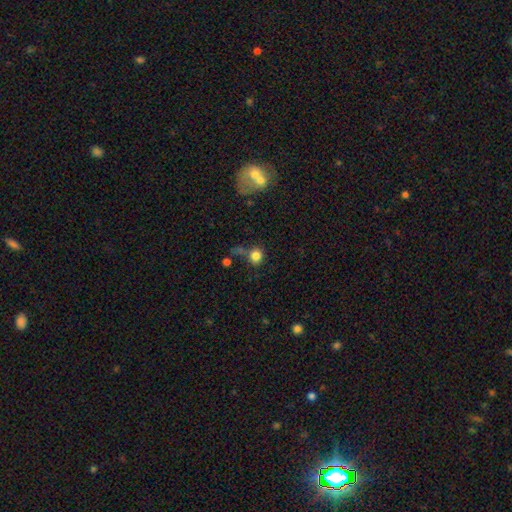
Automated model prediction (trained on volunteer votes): This appears to be a smooth galaxy with no disk features (81%) that is round (82%). Merging: none (55%).